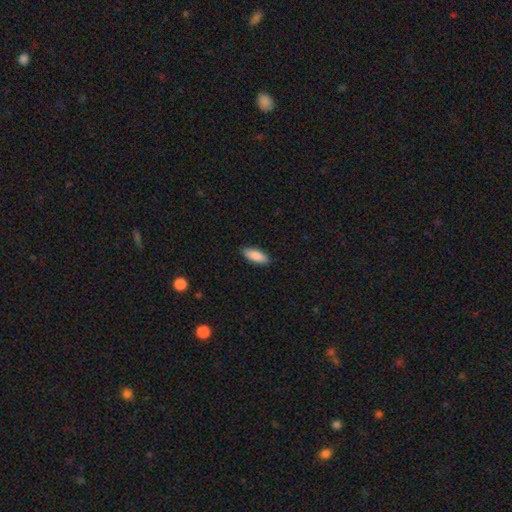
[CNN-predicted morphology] Smooth or featured?
  - smooth: 88% *
  - featured or disk: 6%
  - star or artifact: 6%
How rounded?
  - in between: 71% *
  - cigar-shaped: 27%
  - round: 2%
Merging?
  - none: 89% *
  - minor disturbance: 8%
  - major disturbance: 2%
  - merger: 1%